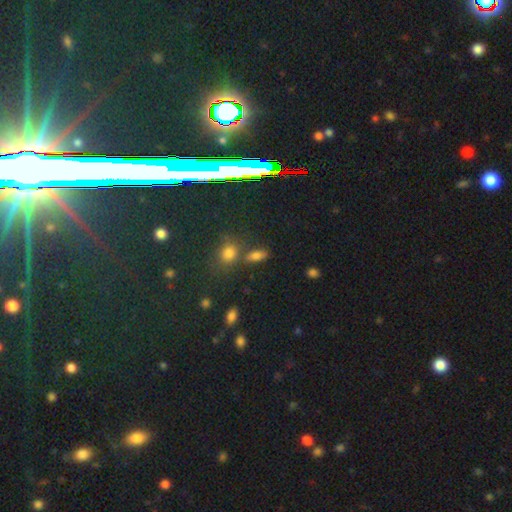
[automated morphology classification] Smooth or featured? smooth (67%)
How rounded? in between (71%)
Merging? none (66%)